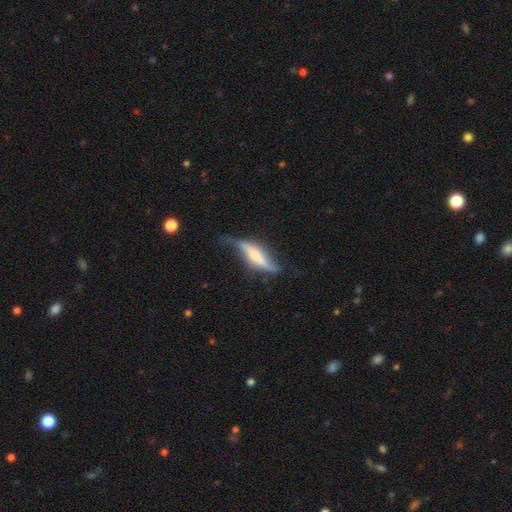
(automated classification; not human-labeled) smooth_or_featured: featured or disk (p=0.65) [alt: smooth p=0.29]
disk_edge_on: yes (p=0.56) [alt: no p=0.44]
merging: none (p=0.45) [alt: minor disturbance p=0.33]